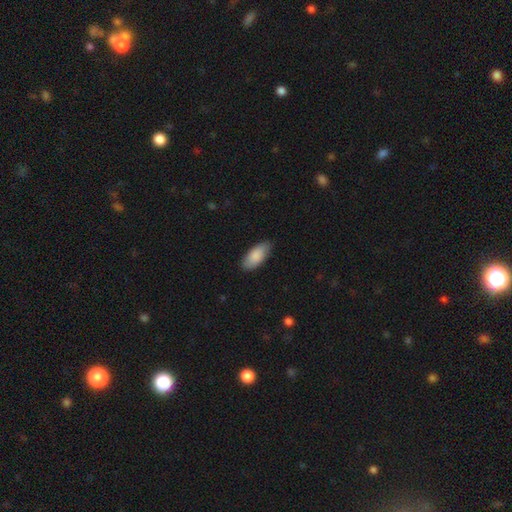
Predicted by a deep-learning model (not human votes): Smooth or featured? Predicted: smooth (p=0.87). How rounded? Predicted: in between (p=0.90). Merging? Predicted: none (p=0.83).